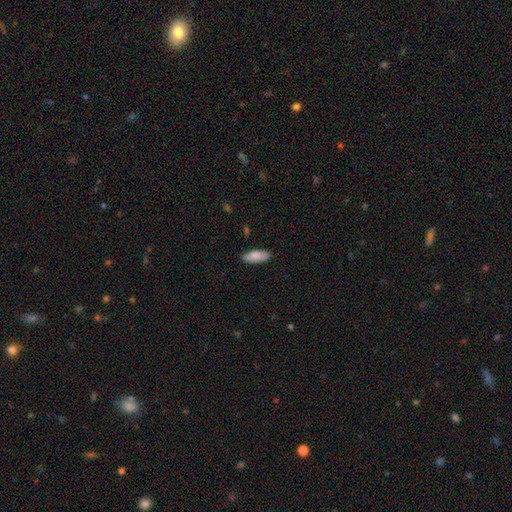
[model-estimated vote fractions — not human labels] Q: Smooth or featured?
A: smooth (86%); runner-up: featured or disk (9%)
Q: How rounded?
A: in between (77%); runner-up: cigar-shaped (21%)
Q: Merging?
A: none (88%); runner-up: minor disturbance (9%)